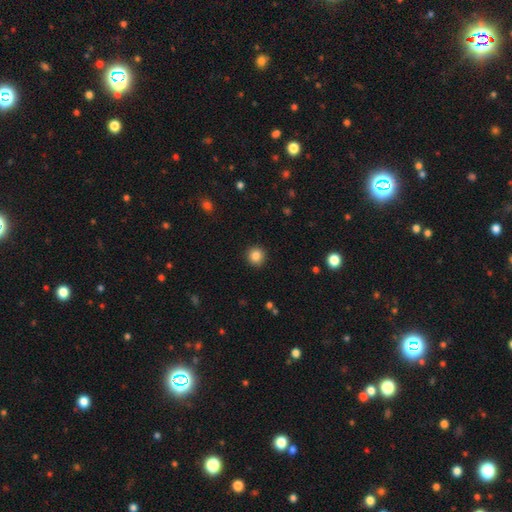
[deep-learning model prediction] Smooth or featured? smooth (85%)
How rounded? round (93%)
Merging? none (92%)